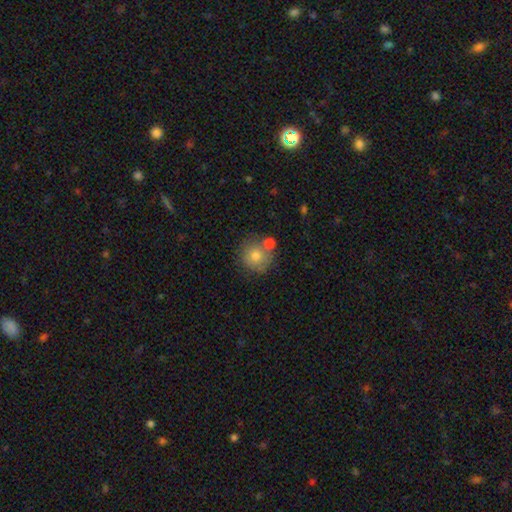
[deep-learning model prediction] The model was most divided on "merging": none: 65%, merger: 19%, minor disturbance: 13%, major disturbance: 4%. More confident: how rounded — round (92%); smooth or featured — smooth (78%).